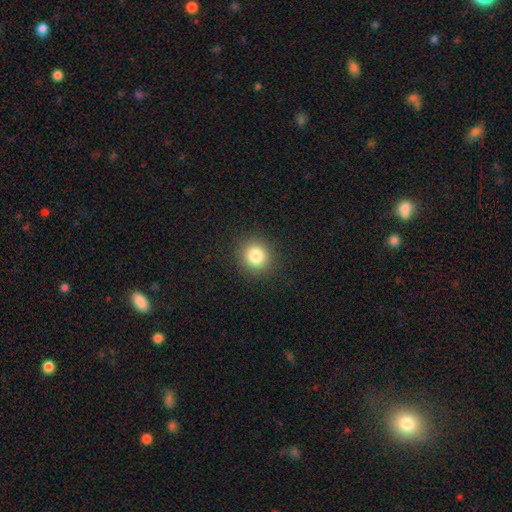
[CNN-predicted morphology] Smooth or featured? Predicted: smooth (p=0.83). How rounded? Predicted: round (p=0.89). Merging? Predicted: none (p=0.91).